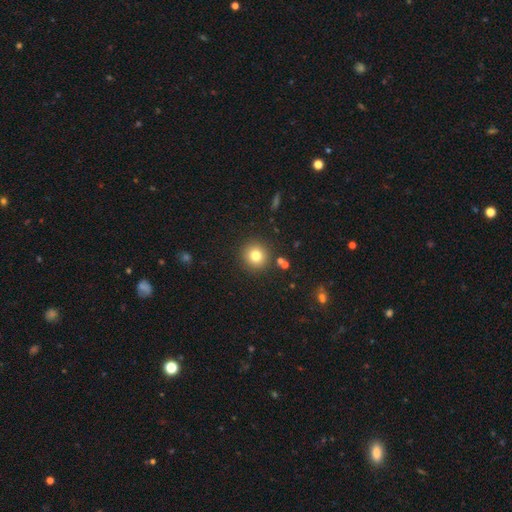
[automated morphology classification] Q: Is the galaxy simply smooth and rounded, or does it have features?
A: smooth — 79%.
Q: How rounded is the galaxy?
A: round — 94%.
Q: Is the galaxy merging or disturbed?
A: none — 89%.